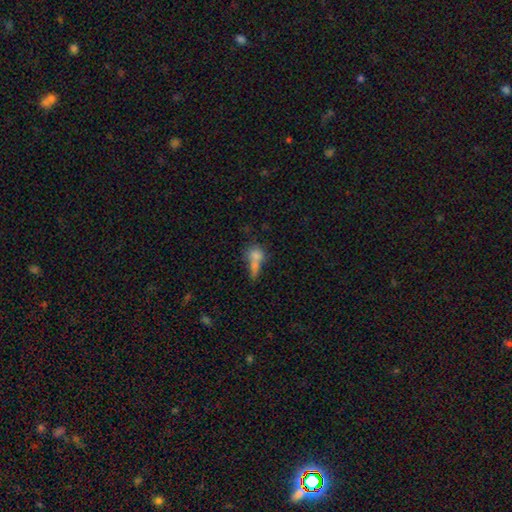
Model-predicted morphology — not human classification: Smooth or featured? Predicted: smooth (p=0.70). How rounded? Predicted: in between (p=0.49). Merging? Predicted: merger (p=0.51).